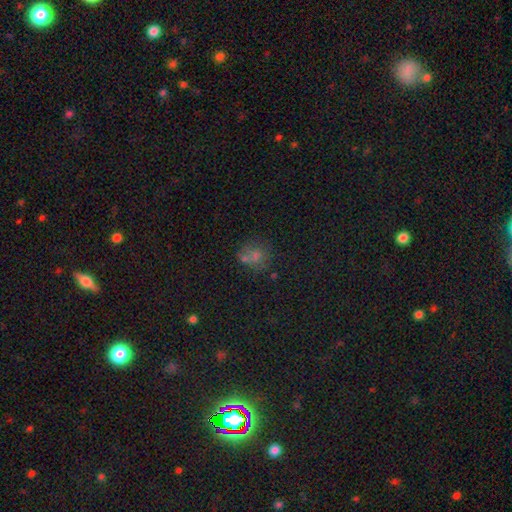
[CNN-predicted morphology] smooth-or-featured: smooth: 58% | star or artifact: 28% | featured or disk: 14%
  how-rounded: round: 81% | in between: 18% | cigar-shaped: 1%
  merging: none: 59% | merger: 21% | minor disturbance: 13% | major disturbance: 7%